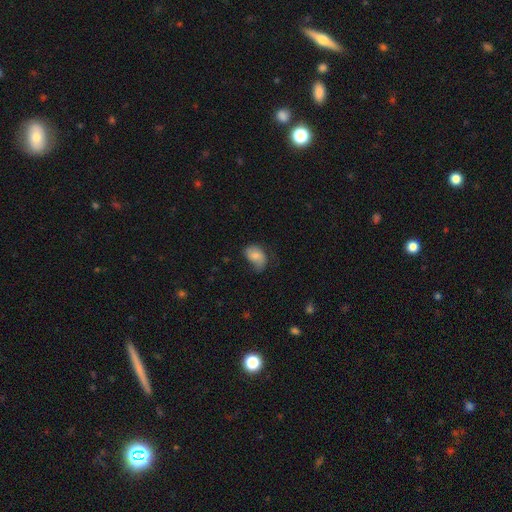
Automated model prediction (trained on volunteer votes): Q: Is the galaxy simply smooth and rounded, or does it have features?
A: smooth — 65%.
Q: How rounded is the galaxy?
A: in between — 81%.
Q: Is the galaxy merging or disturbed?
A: none — 41%.